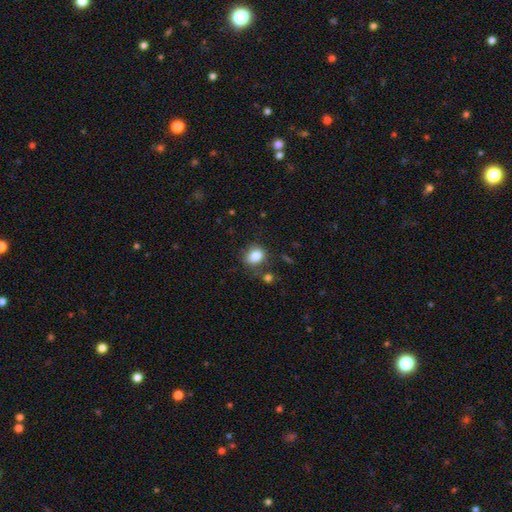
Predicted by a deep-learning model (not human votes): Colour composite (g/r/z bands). It shows a smooth galaxy with no disk features (84%) that is in between round and cigar-shaped (54%). Merging: none (73%).